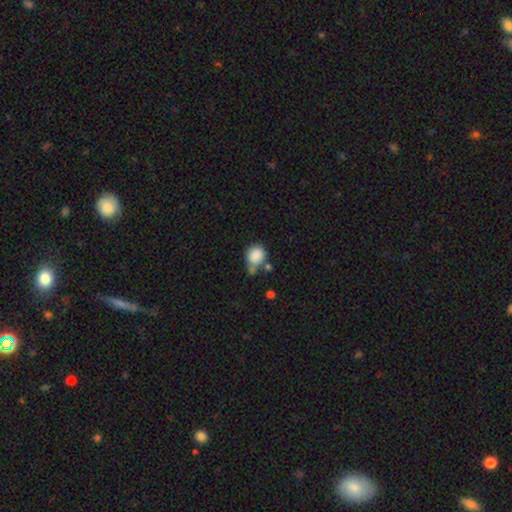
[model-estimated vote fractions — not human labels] This is clearly a smooth galaxy (85%). How rounded: likely round (72%). Merging: marginally none (44%).